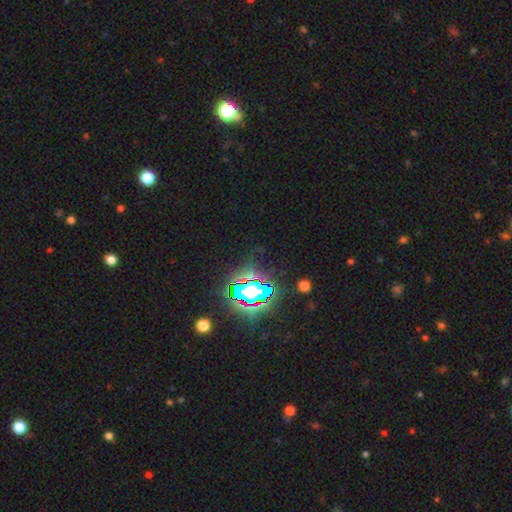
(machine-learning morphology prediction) type=star or artifact (81%).